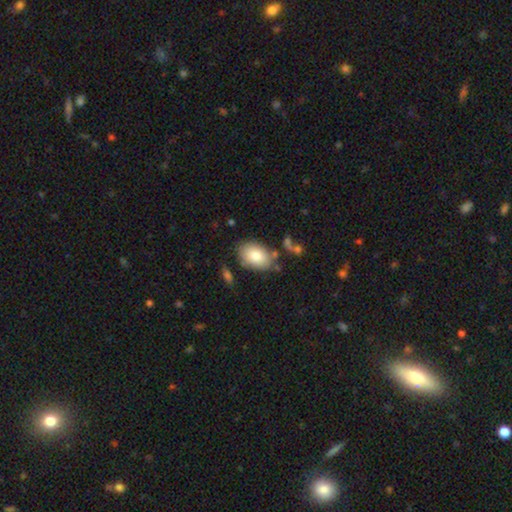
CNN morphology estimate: Smooth or featured? smooth (80%)
How rounded? in between (86%)
Merging? none (75%)